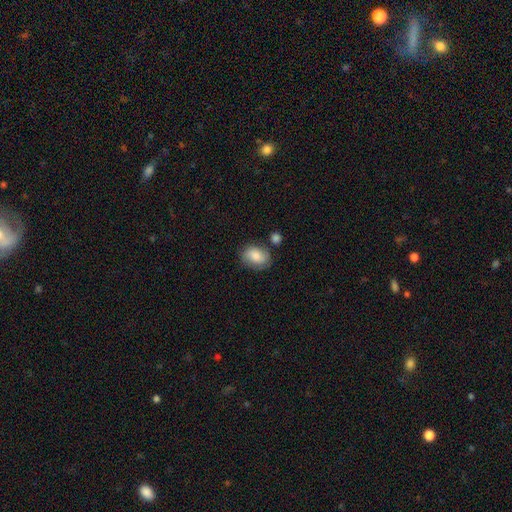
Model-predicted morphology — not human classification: Smooth or featured? Predicted: smooth (p=0.78). How rounded? Predicted: in between (p=0.71). Merging? Predicted: none (p=0.66).